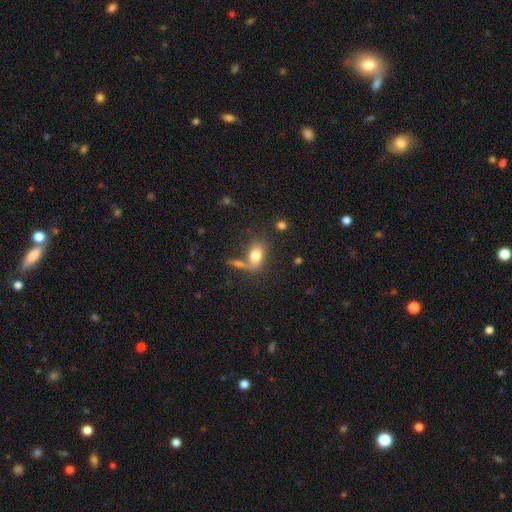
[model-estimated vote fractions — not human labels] Smooth or featured? smooth (76%)
How rounded? in between (81%)
Merging? none (47%)